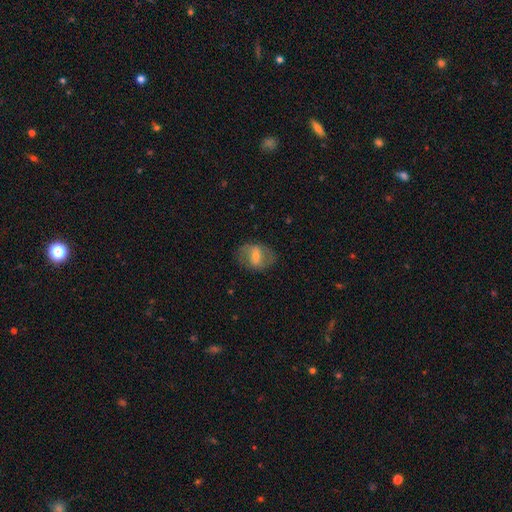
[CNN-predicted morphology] smooth-or-featured: featured or disk: 49% | smooth: 44% | star or artifact: 8%
  merging: none: 74% | minor disturbance: 16% | major disturbance: 8% | merger: 1%